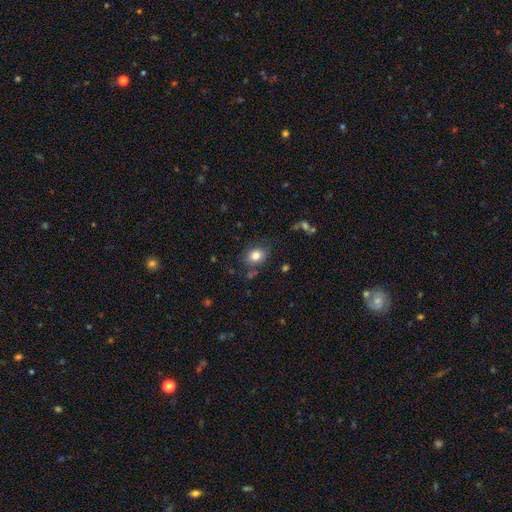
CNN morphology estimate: Smooth or featured? smooth (82%)
How rounded? in between (56%)
Merging? none (77%)